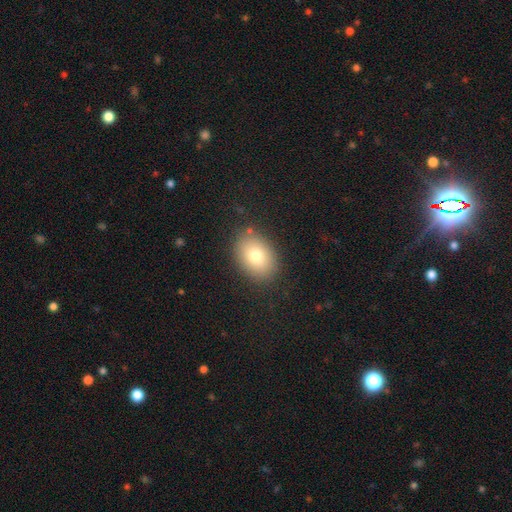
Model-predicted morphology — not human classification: This appears to be a smooth galaxy with no disk features (78%) that is in between round and cigar-shaped (73%). Merging: none (86%).